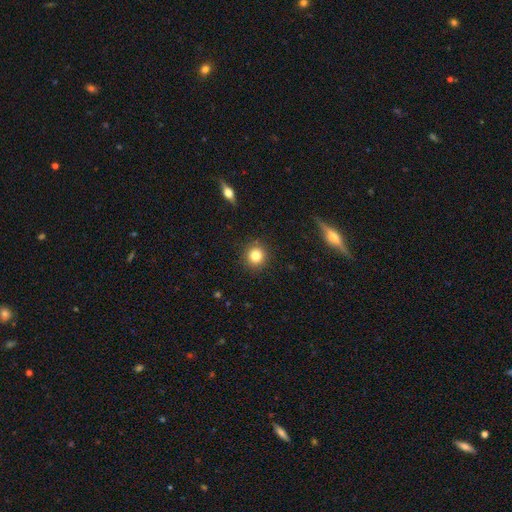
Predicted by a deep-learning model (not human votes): smooth 82%, star or artifact 11%, featured or disk 7%. Down the decision tree: how rounded — round (91%); merging — none (90%).